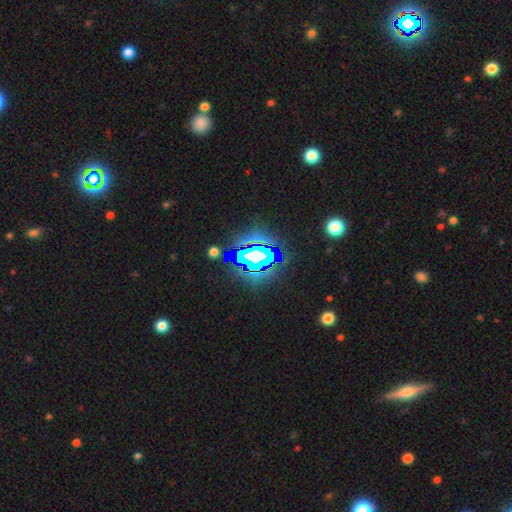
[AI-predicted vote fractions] Morphology: type=star or artifact (70%).